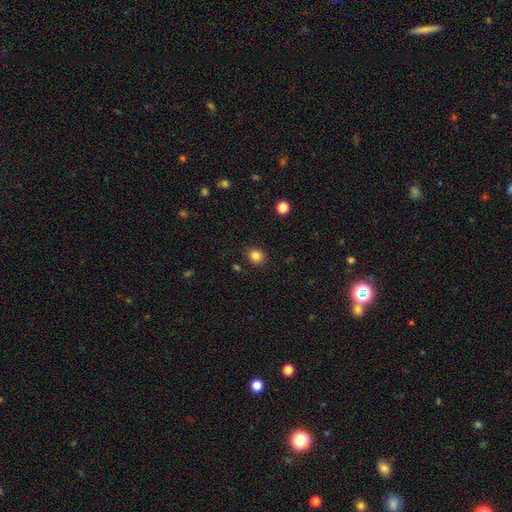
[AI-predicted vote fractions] This appears to be a smooth galaxy with no disk features (84%) that is round (71%). Merging: none (87%).